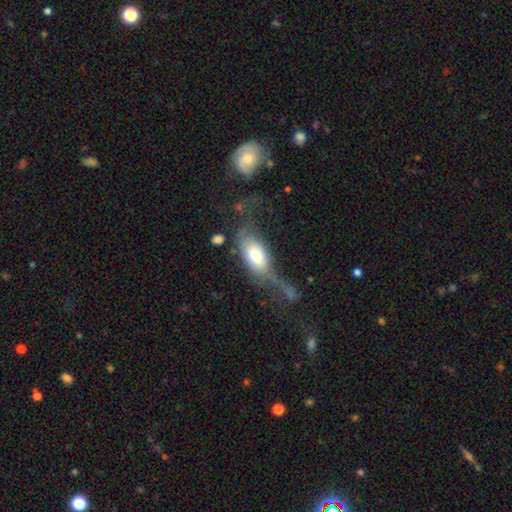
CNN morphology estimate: Smooth or featured? smooth (63%)
How rounded? in between (87%)
Merging? major disturbance (46%)